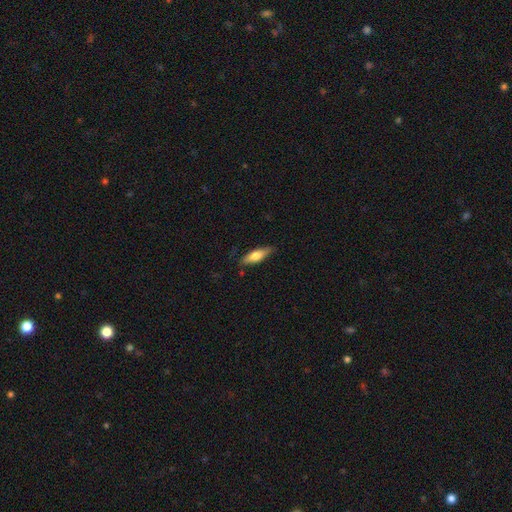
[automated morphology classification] smooth_or_featured: smooth (p=0.63) [alt: featured or disk p=0.31]
how_rounded: cigar-shaped (p=0.49) [tied with: in between p=0.49]
merging: none (p=0.82) [alt: minor disturbance p=0.14]